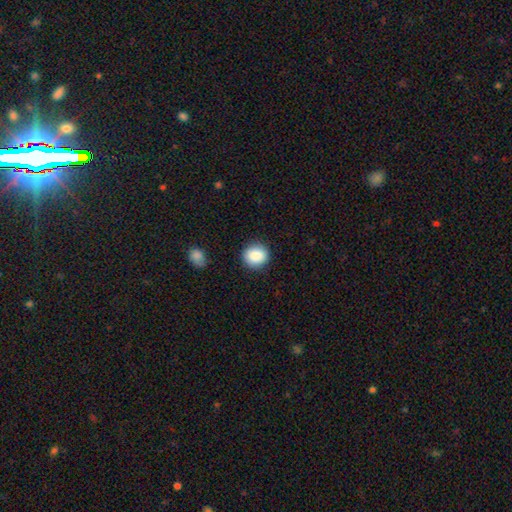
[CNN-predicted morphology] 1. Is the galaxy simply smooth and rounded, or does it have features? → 88% smooth, 8% star or artifact, 4% featured or disk.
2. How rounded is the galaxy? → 83% round, 16% in between, 1% cigar-shaped.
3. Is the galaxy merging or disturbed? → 89% none, 8% minor disturbance, 2% major disturbance, 1% merger.